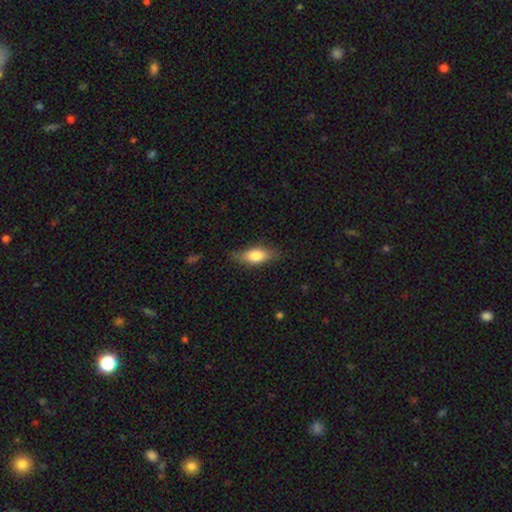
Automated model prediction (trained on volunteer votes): The model was most divided on "smooth or featured": smooth: 73%, featured or disk: 20%, star or artifact: 7%. More confident: how rounded — in between (77%); merging — none (75%).